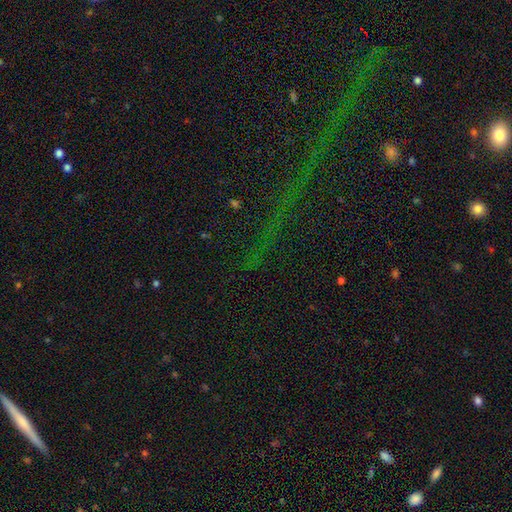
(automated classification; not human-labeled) This appears to be a star or artifact, not a galaxy (80%).